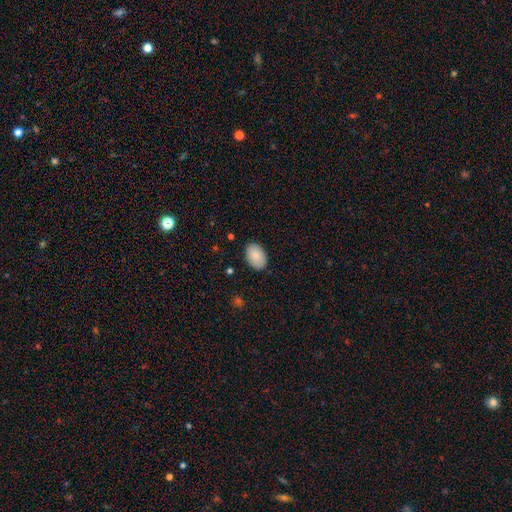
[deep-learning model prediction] Smooth or featured?
  - smooth: 88% *
  - star or artifact: 6%
  - featured or disk: 5%
How rounded?
  - in between: 90% *
  - round: 9%
  - cigar-shaped: 1%
Merging?
  - none: 87% *
  - minor disturbance: 9%
  - major disturbance: 2%
  - merger: 1%